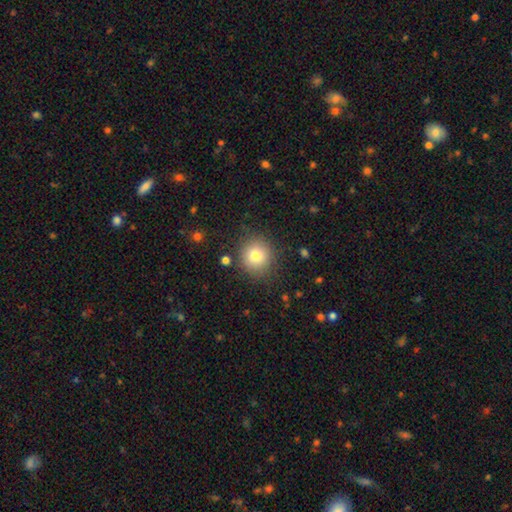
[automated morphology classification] This appears to be a smooth galaxy with no disk features (78%) that is round (91%). Merging: none (85%).